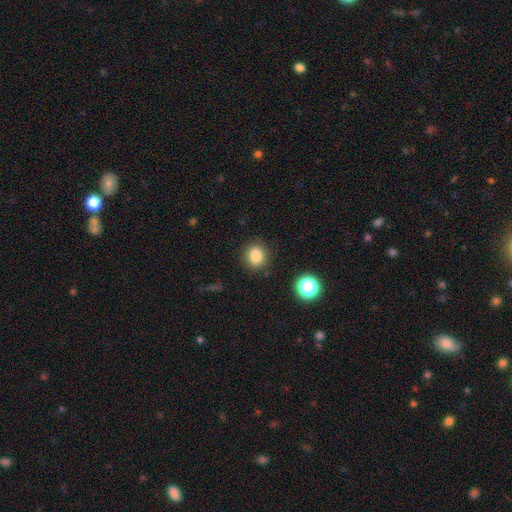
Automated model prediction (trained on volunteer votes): Smooth or featured: smooth — 84% (star or artifact — 12%)
How rounded: round — 82% (in between — 17%)
Merging: none — 87% (minor disturbance — 8%)